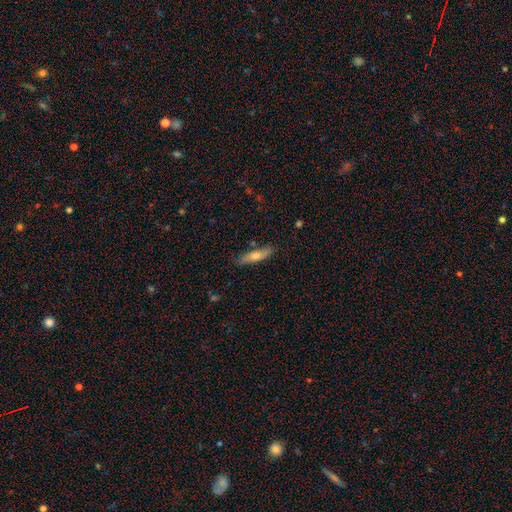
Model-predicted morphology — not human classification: A smooth galaxy with no disk features (68%) that is cigar-shaped (69%).

Vote fractions:
- Smooth or featured? smooth: 68% / featured or disk: 26% / star or artifact: 6%
- How rounded? cigar-shaped: 69% / in between: 29% / round: 2%
- Merging? none: 79% / minor disturbance: 16% / major disturbance: 3% / merger: 3%